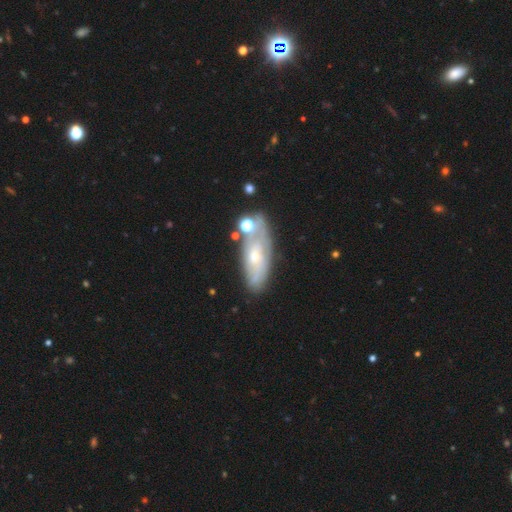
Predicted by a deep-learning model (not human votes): A featured or disk galaxy (58%).

Vote fractions:
- Smooth or featured? featured or disk: 58% / smooth: 32% / star or artifact: 10%
- Edge-on disk? no: 80% / yes: 20%
- Merging? none: 59% / minor disturbance: 20% / merger: 13% / major disturbance: 8%